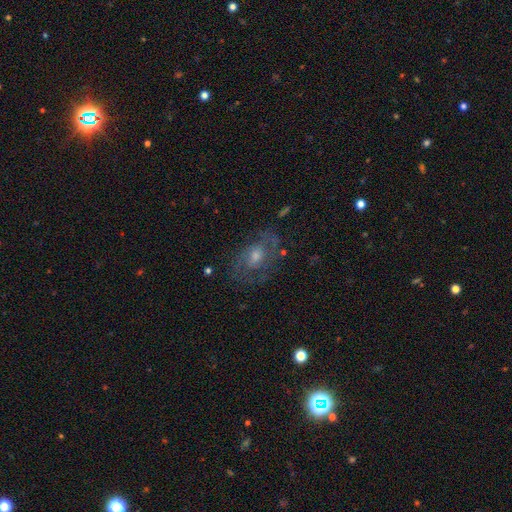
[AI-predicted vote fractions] Smooth or featured: featured or disk — 69% (smooth — 19%)
Edge-on disk: no — 96% (yes — 4%)
Bar: no — 59% (weak — 34%)
Spiral arms: yes — 80% (no — 20%)
Spiral winding: medium — 45% (tight — 39%)
Spiral arm count: 2 — 55% (can't tell — 29%)
Bulge size: moderate — 55% (small — 31%)
Merging: none — 71% (minor disturbance — 17%)